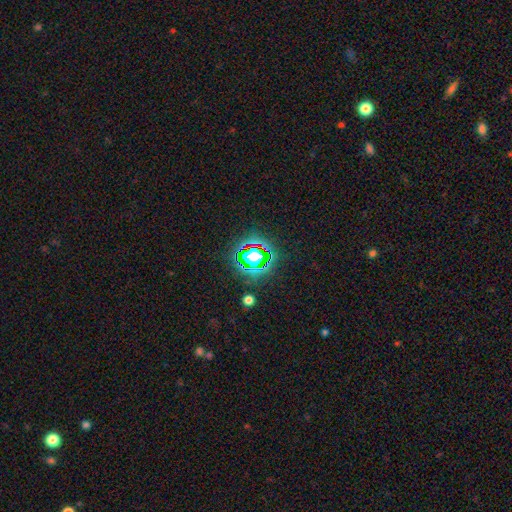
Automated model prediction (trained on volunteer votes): smooth-or-featured: star or artifact: 76% | smooth: 16% | featured or disk: 8%